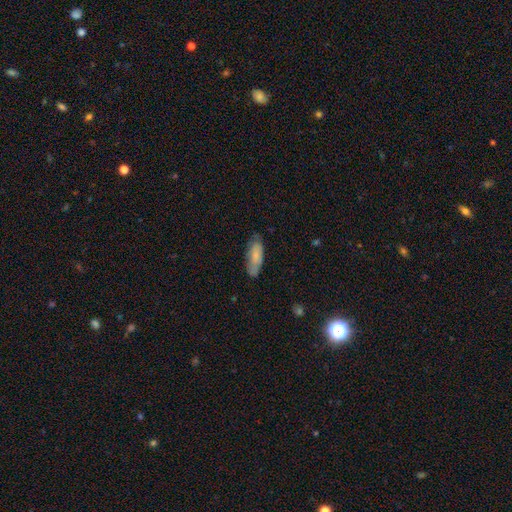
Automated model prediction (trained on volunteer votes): Smooth or featured? smooth (74%)
How rounded? in between (71%)
Merging? none (70%)